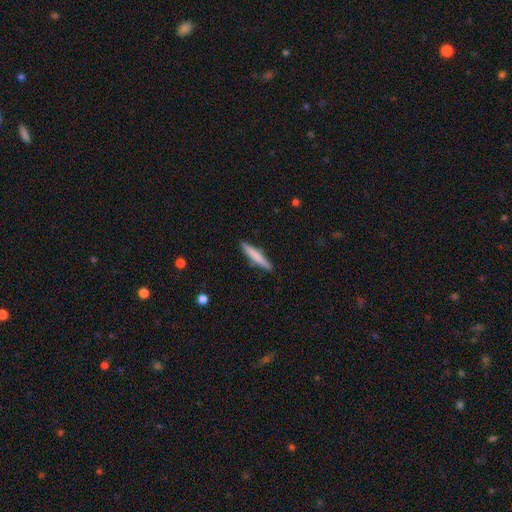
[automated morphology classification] Smooth or featured: smooth — 73% (featured or disk — 21%)
How rounded: cigar-shaped — 94% (in between — 5%)
Merging: none — 88% (minor disturbance — 8%)